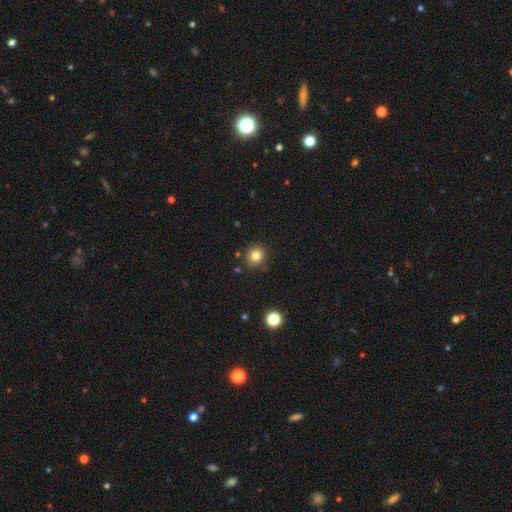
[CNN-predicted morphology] smooth-or-featured: smooth: 81% | star or artifact: 12% | featured or disk: 7%
  how-rounded: round: 84% | in between: 15% | cigar-shaped: 1%
  merging: none: 84% | minor disturbance: 10% | merger: 3% | major disturbance: 2%